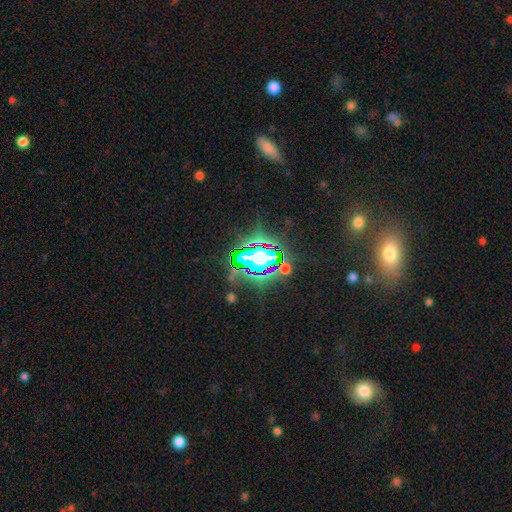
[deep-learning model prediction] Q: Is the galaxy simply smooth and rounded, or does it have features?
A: star or artifact — 71%.